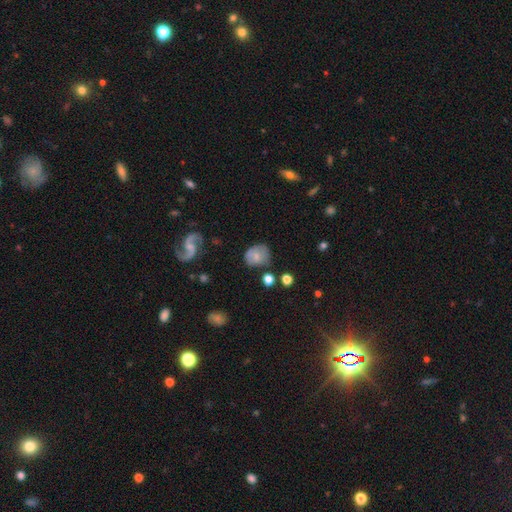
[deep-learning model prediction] This appears to be a smooth galaxy with no disk features (62%) that is round (61%). Merging: none (59%).